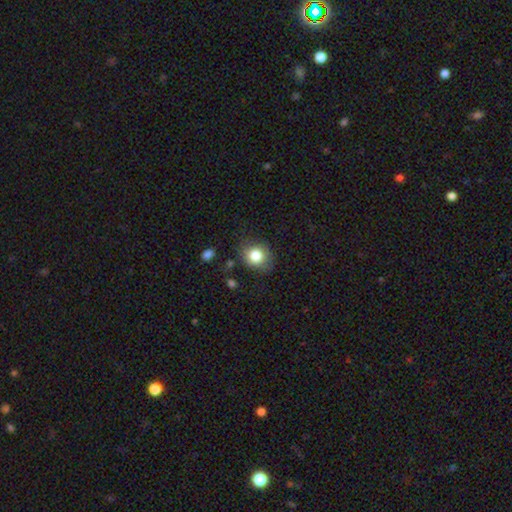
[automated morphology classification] Q: Smooth or featured?
A: smooth (80%); runner-up: featured or disk (10%)
Q: How rounded?
A: round (73%); runner-up: in between (26%)
Q: Merging?
A: none (76%); runner-up: minor disturbance (17%)